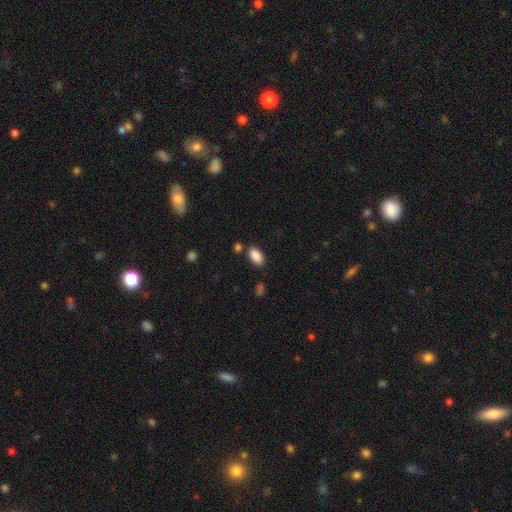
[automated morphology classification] A smooth galaxy with no disk features (88%) that is in between round and cigar-shaped (93%). Merging: none (78%).